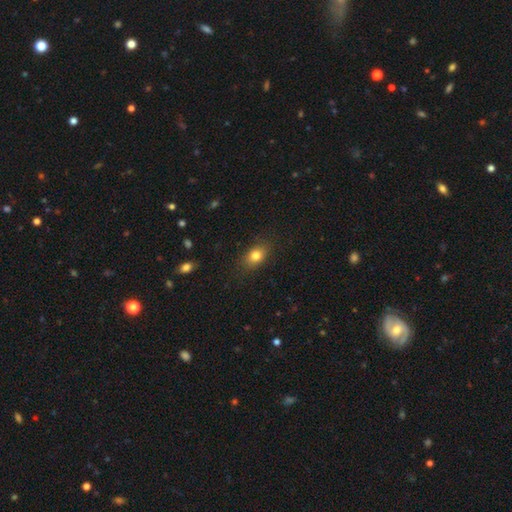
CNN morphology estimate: A smooth galaxy with no disk features (81%) that is in between round and cigar-shaped (73%). Merging: none (83%).